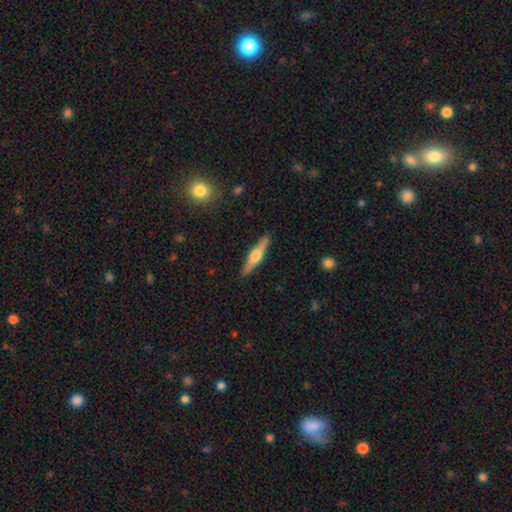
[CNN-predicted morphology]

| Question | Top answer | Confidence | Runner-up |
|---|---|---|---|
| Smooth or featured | featured or disk | 64% | smooth (30%) |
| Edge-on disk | yes | 97% | no (3%) |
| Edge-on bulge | rounded | 92% | boxy (6%) |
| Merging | none | 91% | minor disturbance (7%) |